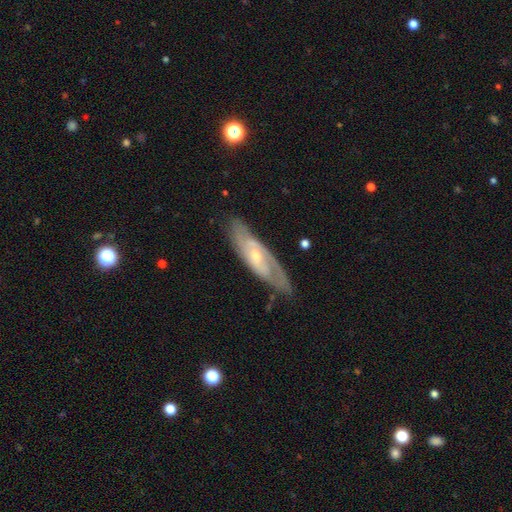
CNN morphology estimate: Smooth or featured: featured or disk — 79% (smooth — 15%)
Edge-on disk: no — 79% (yes — 21%)
Bar: no — 54% (weak — 36%)
Spiral arms: yes — 89% (no — 11%)
Spiral winding: tight — 50% (medium — 38%)
Spiral arm count: 2 — 53% (can't tell — 31%)
Bulge size: small — 60% (moderate — 36%)
Merging: none — 73% (minor disturbance — 19%)